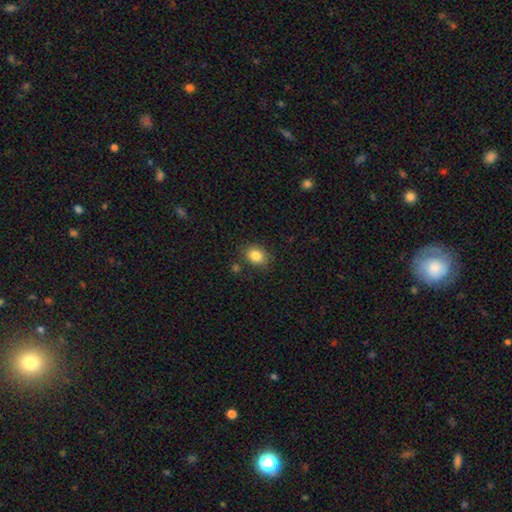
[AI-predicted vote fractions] The model was most divided on "how rounded": in between: 59%, round: 40%, cigar-shaped: 1%. More confident: smooth or featured — smooth (85%); merging — none (80%).